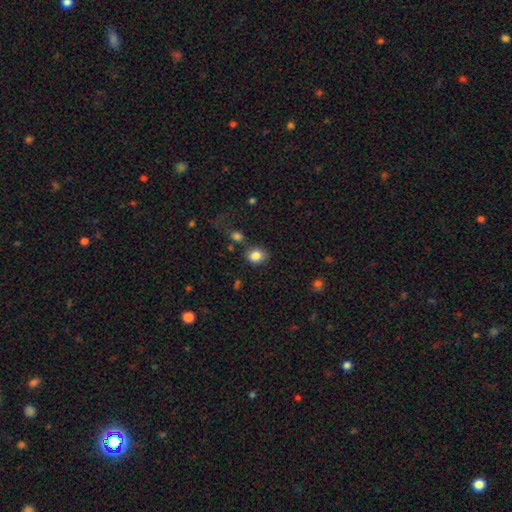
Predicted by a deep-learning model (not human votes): Smooth or featured? Predicted: smooth (p=0.84). How rounded? Predicted: round (p=0.65). Merging? Predicted: none (p=0.75).